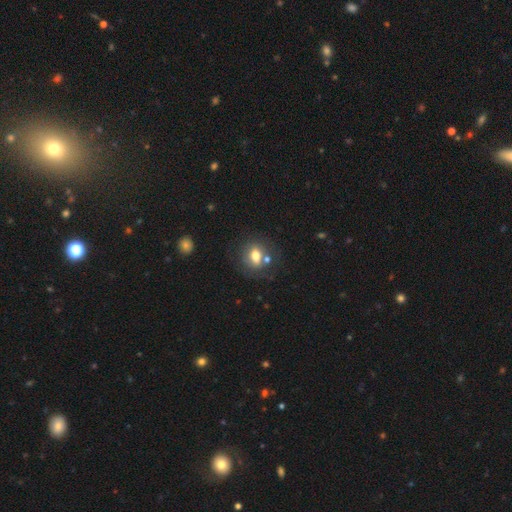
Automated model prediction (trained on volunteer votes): Morphology: type=smooth (65%); roundness=in between (52%); merging=none (54%).